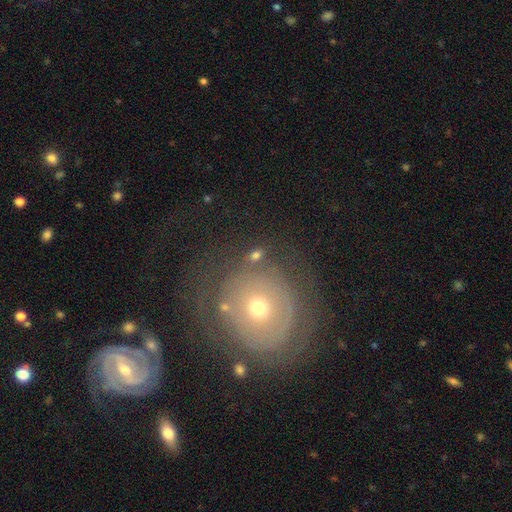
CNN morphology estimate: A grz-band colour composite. It shows a smooth galaxy with no disk features (62%) that is round (49%). Merging: none (73%).